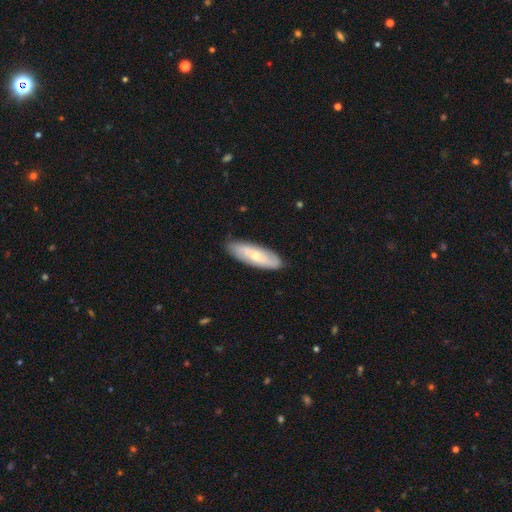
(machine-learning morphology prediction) This appears to be a featured or disk galaxy (52%). Merging: none (84%).